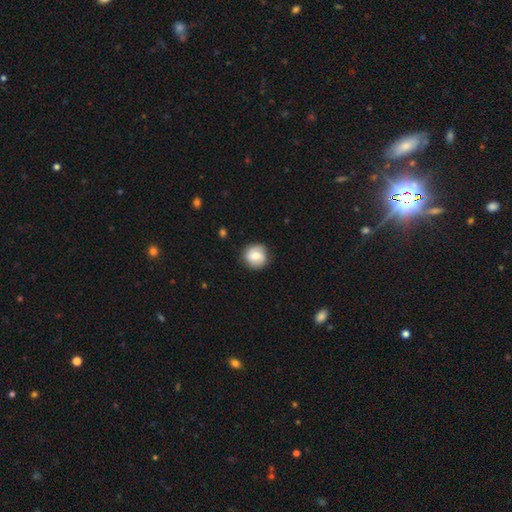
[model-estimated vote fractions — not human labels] smooth-or-featured: smooth: 66% | featured or disk: 26% | star or artifact: 7%
  how-rounded: round: 91% | in between: 8% | cigar-shaped: 1%
  merging: none: 85% | minor disturbance: 11% | major disturbance: 3% | merger: 1%